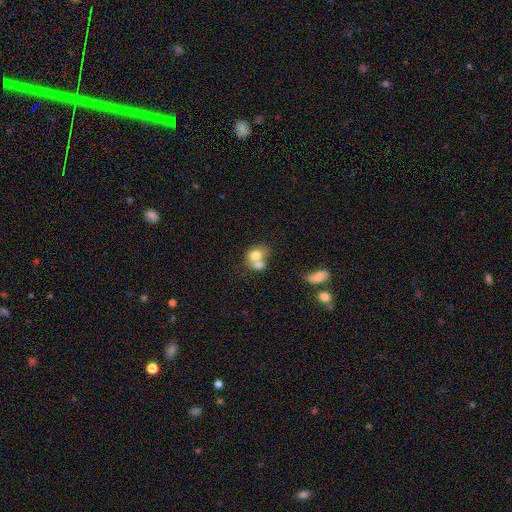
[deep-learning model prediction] This appears to be a smooth galaxy with no disk features (73%) that is round (52%). Merging: merger (61%).